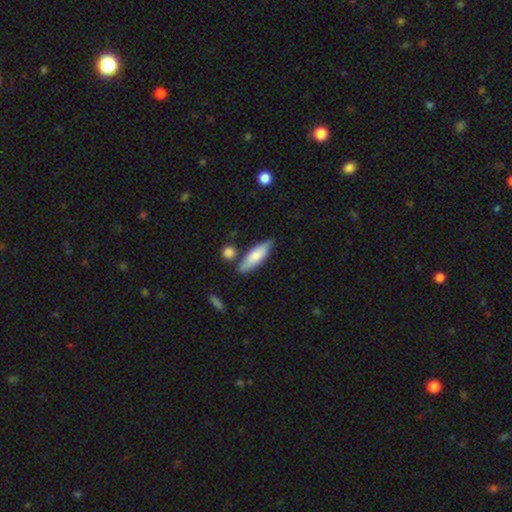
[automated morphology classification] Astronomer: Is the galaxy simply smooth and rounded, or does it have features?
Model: smooth — 71%.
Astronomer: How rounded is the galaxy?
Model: cigar-shaped — 50% (runner-up: in between, 48%).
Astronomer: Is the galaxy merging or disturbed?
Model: none — 74%.